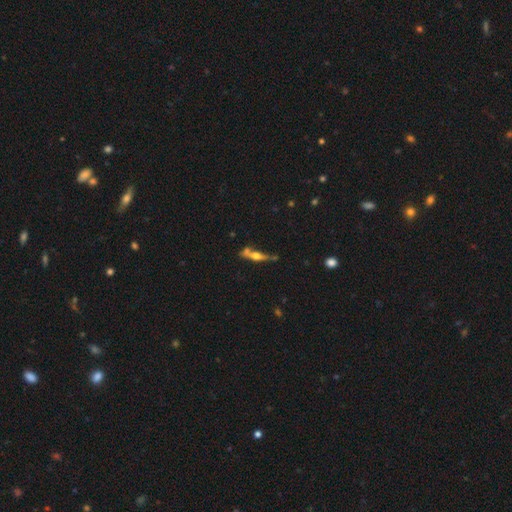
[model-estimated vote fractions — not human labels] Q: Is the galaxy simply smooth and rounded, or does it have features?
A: featured or disk — 64%.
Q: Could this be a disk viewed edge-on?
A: yes — 92%.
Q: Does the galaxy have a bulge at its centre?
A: rounded — 91%.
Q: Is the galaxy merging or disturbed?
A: none — 59%.